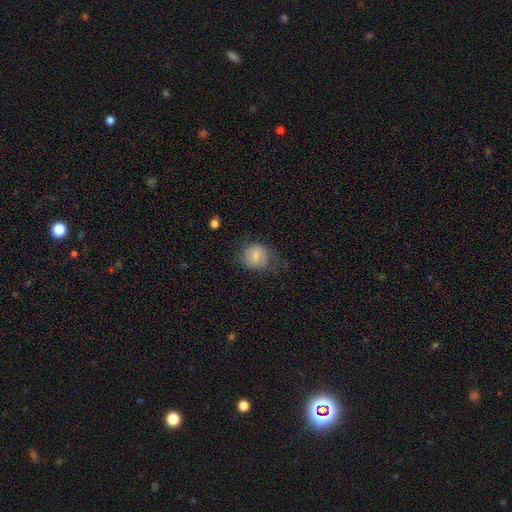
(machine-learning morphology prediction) Smooth or featured? smooth (70%)
How rounded? round (70%)
Merging? none (55%)